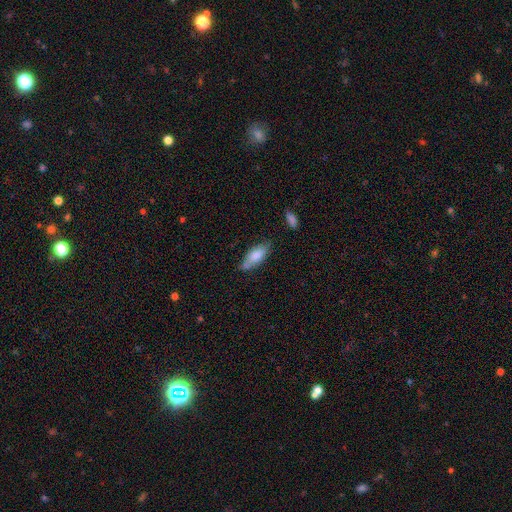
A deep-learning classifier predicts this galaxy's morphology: A smooth galaxy with no disk features (78%) that is in between round and cigar-shaped (76%). Merging: none (61%).